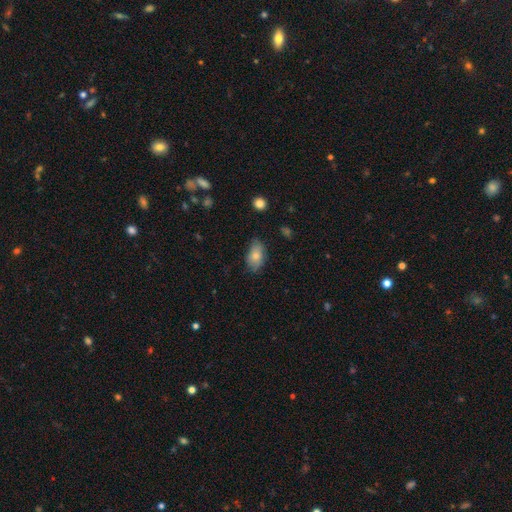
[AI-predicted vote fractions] This appears to be a smooth galaxy with no disk features (76%) that is in between round and cigar-shaped (90%). Merging: none (69%).